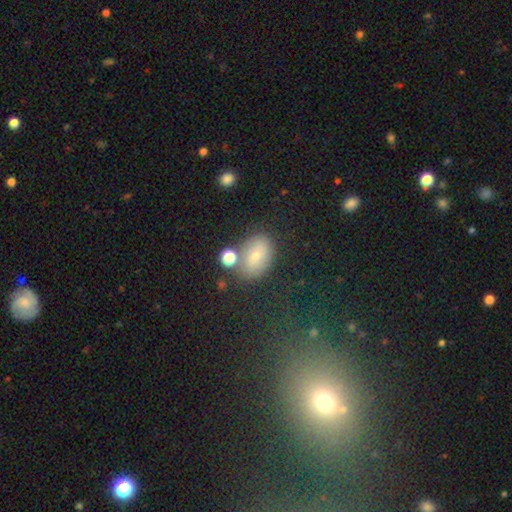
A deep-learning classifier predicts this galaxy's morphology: type=smooth (68%); roundness=in between (78%); merging=none (65%).